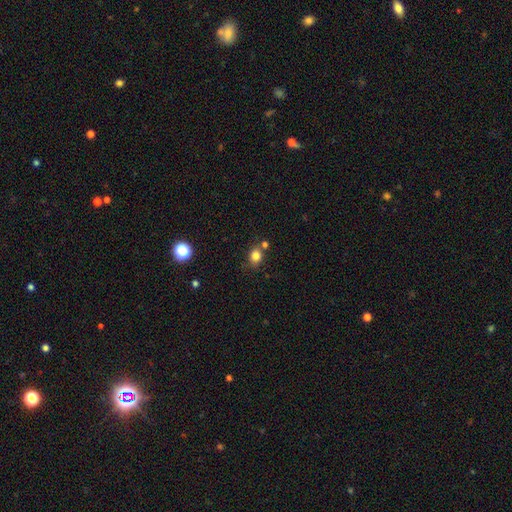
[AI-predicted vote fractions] A smooth galaxy with no disk features (81%) that is round (55%).

Vote fractions:
- Smooth or featured? smooth: 81% / star or artifact: 12% / featured or disk: 7%
- How rounded? round: 55% / in between: 44% / cigar-shaped: 1%
- Merging? none: 70% / minor disturbance: 14% / merger: 13% / major disturbance: 4%